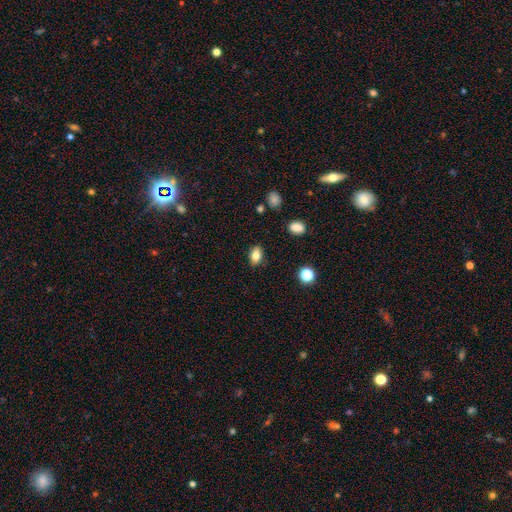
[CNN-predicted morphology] Smooth or featured: smooth — 79% (featured or disk — 11%)
How rounded: in between — 82% (round — 15%)
Merging: none — 87% (minor disturbance — 10%)